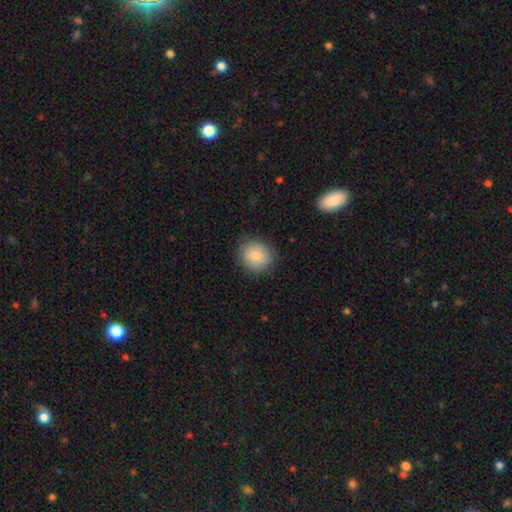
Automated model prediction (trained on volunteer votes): Smooth or featured? smooth (86%)
How rounded? round (81%)
Merging? none (87%)